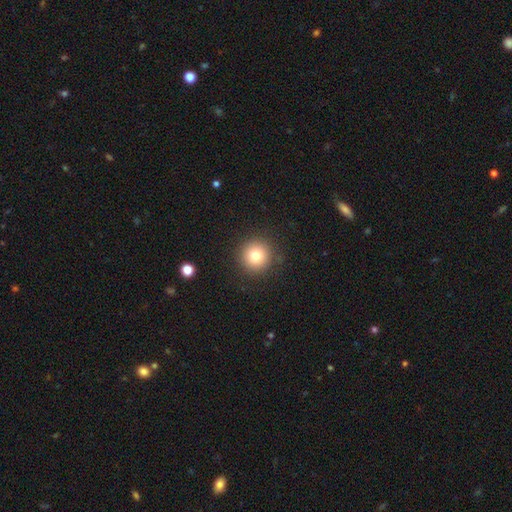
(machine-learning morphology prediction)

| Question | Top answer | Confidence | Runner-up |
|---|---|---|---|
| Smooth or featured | smooth | 77% | star or artifact (13%) |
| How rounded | round | 95% | in between (4%) |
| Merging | none | 90% | minor disturbance (6%) |